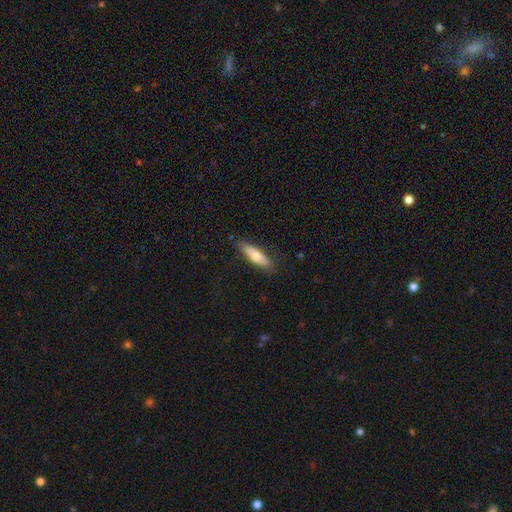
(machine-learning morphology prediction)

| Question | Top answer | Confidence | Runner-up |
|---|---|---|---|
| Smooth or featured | smooth | 64% | featured or disk (31%) |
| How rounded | cigar-shaped | 53% | in between (44%) |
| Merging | none | 83% | minor disturbance (13%) |